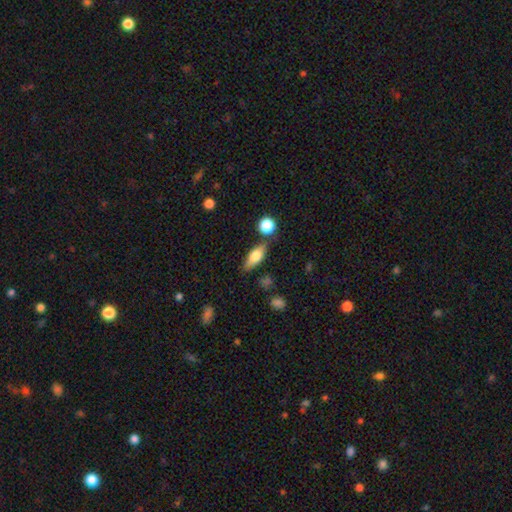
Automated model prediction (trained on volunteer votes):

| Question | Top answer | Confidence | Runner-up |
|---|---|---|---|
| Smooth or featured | smooth | 66% | featured or disk (27%) |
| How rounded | in between | 67% | cigar-shaped (29%) |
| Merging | none | 73% | minor disturbance (15%) |